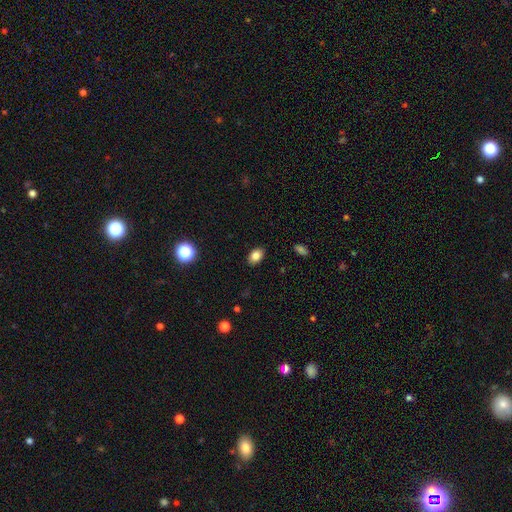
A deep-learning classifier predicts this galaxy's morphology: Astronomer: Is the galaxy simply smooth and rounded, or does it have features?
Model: smooth — 83%.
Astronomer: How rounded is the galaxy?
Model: in between — 83%.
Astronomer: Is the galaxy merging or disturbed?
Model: none — 89%.